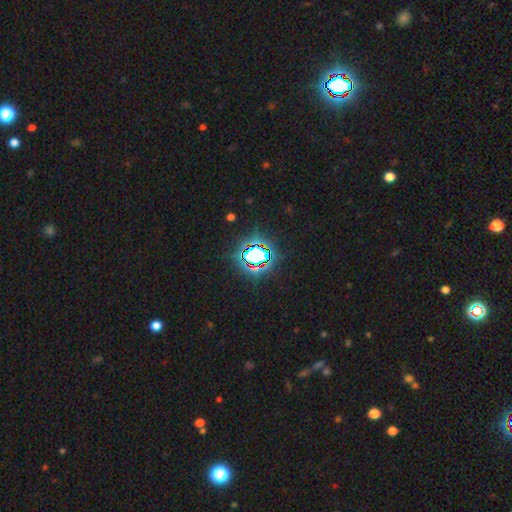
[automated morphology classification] star or artifact 72%, smooth 17%, featured or disk 11%.